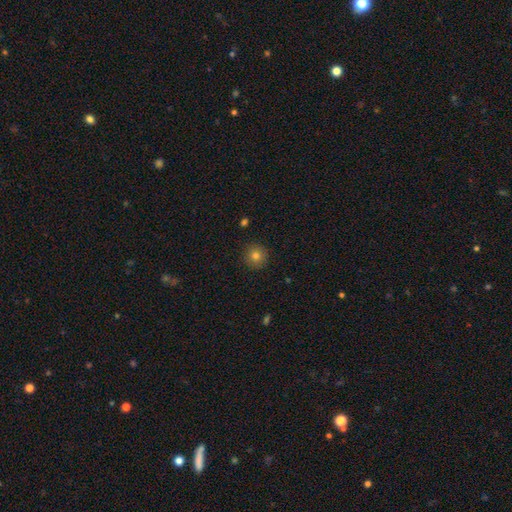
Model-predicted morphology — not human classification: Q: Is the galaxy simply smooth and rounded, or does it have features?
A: smooth — 81%.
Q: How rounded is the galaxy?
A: round — 94%.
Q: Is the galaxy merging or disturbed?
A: none — 91%.